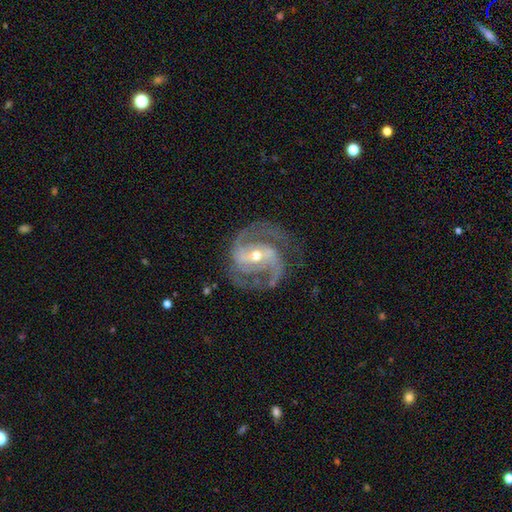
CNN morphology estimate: A featured or disk galaxy (92%) with a weak bar (43%), 2 (79%) medium (58%) spiral arms (98%) and a moderate central bulge (63%). Merging: none (73%).